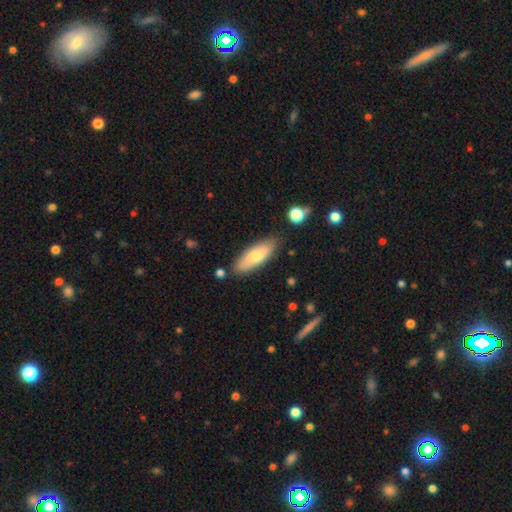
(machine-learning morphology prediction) Overall: smooth (69%). How rounded: in between (62%; cigar-shaped 36%). Merging: none (82%).